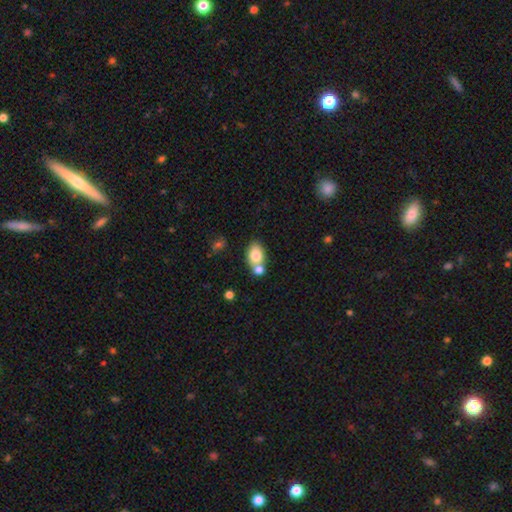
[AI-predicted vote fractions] Smooth or featured: smooth — 79% (featured or disk — 13%)
How rounded: in between — 78% (round — 20%)
Merging: none — 46% (merger — 39%)